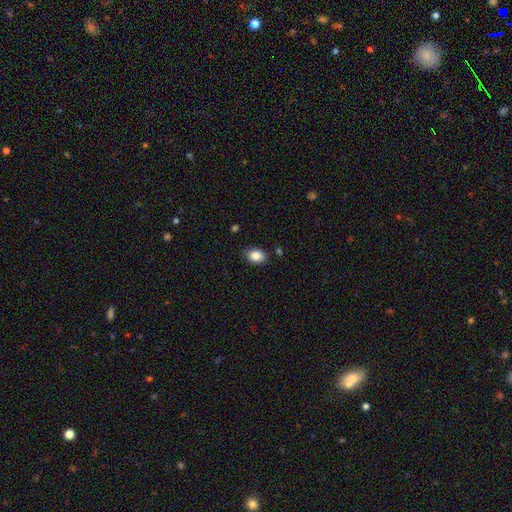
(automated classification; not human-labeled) A smooth galaxy with no disk features (86%) that is in between round and cigar-shaped (73%).

Vote fractions:
- Smooth or featured? smooth: 86% / star or artifact: 8% / featured or disk: 5%
- How rounded? in between: 73% / round: 26% / cigar-shaped: 1%
- Merging? none: 83% / minor disturbance: 12% / major disturbance: 2% / merger: 2%